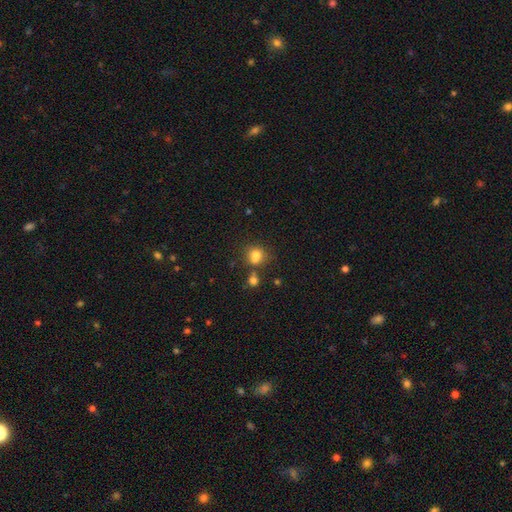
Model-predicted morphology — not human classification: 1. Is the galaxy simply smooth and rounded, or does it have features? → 79% smooth, 13% star or artifact, 8% featured or disk.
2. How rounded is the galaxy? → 70% round, 29% in between, 1% cigar-shaped.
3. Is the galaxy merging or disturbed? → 54% none, 23% merger, 17% minor disturbance, 6% major disturbance.